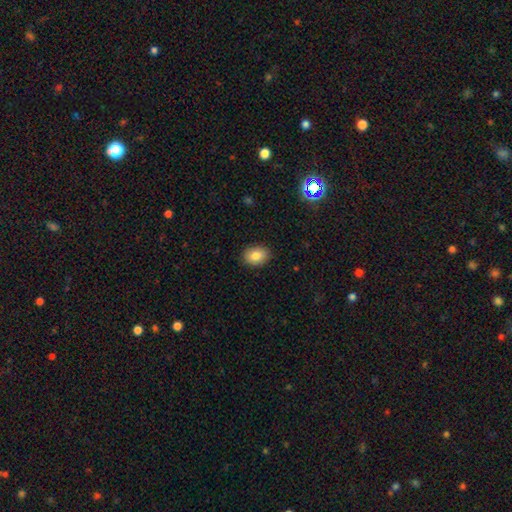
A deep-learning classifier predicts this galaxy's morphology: This is clearly a smooth galaxy (84%). How rounded: likely in between (69%). Merging: clearly none (89%).